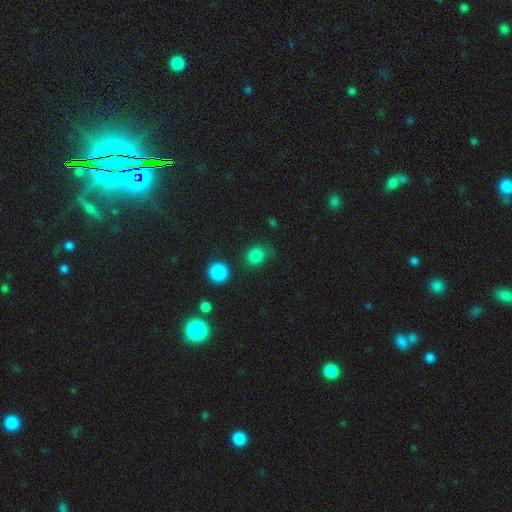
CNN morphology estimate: Smooth or featured?
  - smooth: 82% *
  - star or artifact: 13%
  - featured or disk: 4%
How rounded?
  - round: 80% *
  - in between: 19%
  - cigar-shaped: 1%
Merging?
  - none: 71% *
  - minor disturbance: 19%
  - major disturbance: 6%
  - merger: 4%